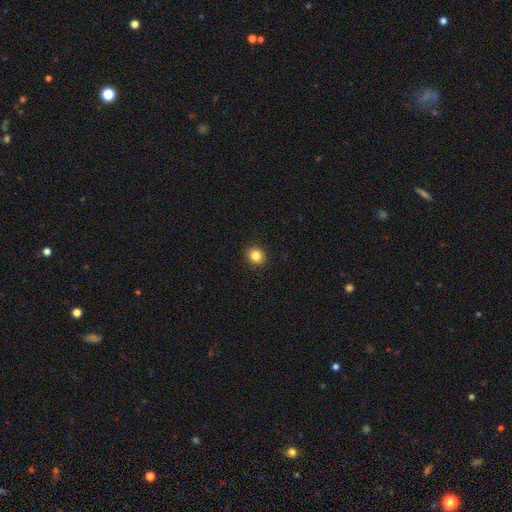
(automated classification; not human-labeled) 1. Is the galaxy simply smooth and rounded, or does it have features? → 84% smooth, 11% star or artifact, 5% featured or disk.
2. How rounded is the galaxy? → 84% round, 15% in between, 1% cigar-shaped.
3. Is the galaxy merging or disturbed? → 91% none, 6% minor disturbance, 2% major disturbance, 1% merger.